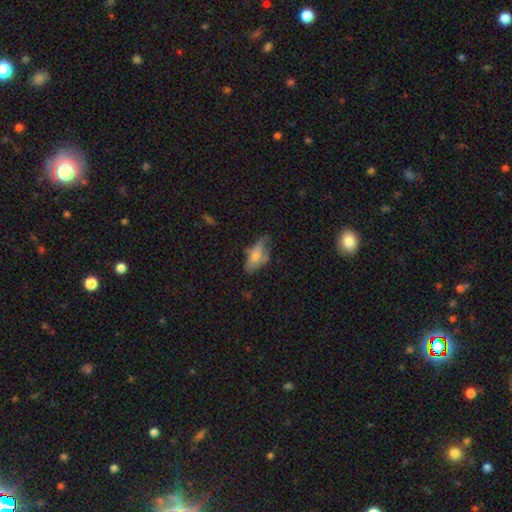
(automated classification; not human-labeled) Smooth or featured?
  - smooth: 60% *
  - featured or disk: 31%
  - star or artifact: 9%
How rounded?
  - in between: 85% *
  - cigar-shaped: 12%
  - round: 4%
Merging?
  - none: 47% *
  - minor disturbance: 34%
  - major disturbance: 16%
  - merger: 3%